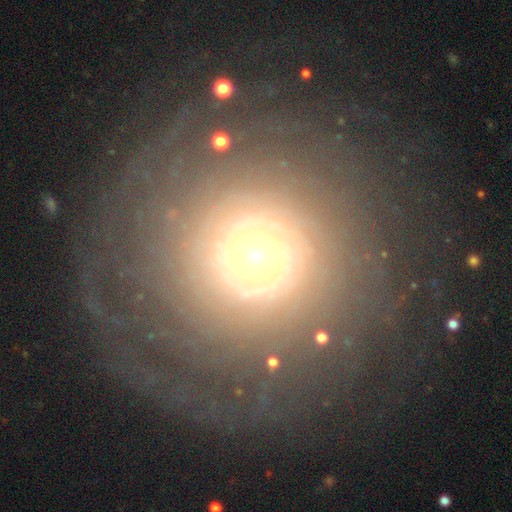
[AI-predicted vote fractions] Q: Smooth or featured?
A: featured or disk (73%); runner-up: smooth (17%)
Q: Edge-on disk?
A: no (96%); runner-up: yes (4%)
Q: Bar?
A: no (85%); runner-up: weak (11%)
Q: Spiral arms?
A: yes (82%); runner-up: no (18%)
Q: Spiral winding?
A: tight (79%); runner-up: medium (13%)
Q: Spiral arm count?
A: can't tell (41%); runner-up: more than 4 (20%)
Q: Bulge size?
A: small (48%); runner-up: moderate (40%)
Q: Merging?
A: none (75%); runner-up: major disturbance (12%)